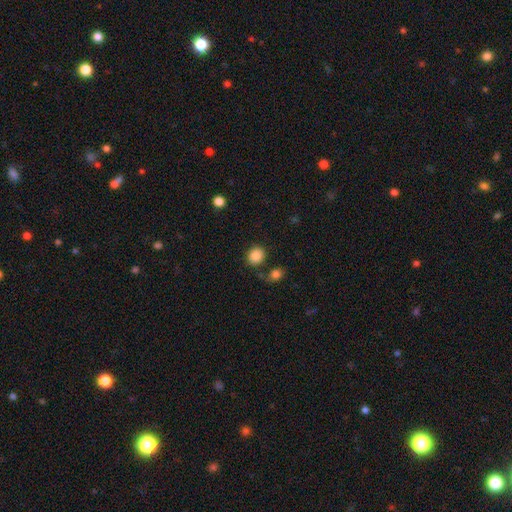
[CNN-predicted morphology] type=smooth (86%); roundness=round (79%); merging=none (78%).